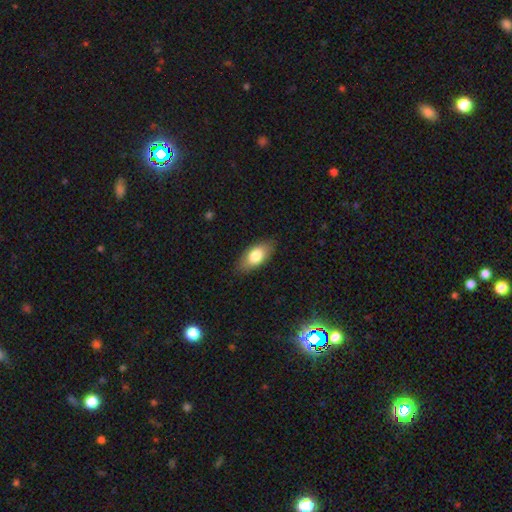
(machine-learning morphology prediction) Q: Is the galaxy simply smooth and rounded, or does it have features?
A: smooth — 77%.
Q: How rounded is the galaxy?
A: in between — 90%.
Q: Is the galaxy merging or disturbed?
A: none — 84%.